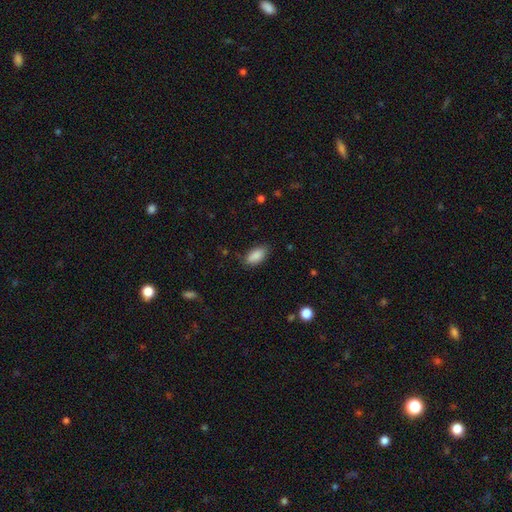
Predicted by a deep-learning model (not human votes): smooth-or-featured: smooth: 88% | star or artifact: 7% | featured or disk: 5%
  how-rounded: in between: 92% | cigar-shaped: 5% | round: 3%
  merging: none: 78% | minor disturbance: 17% | major disturbance: 4% | merger: 1%